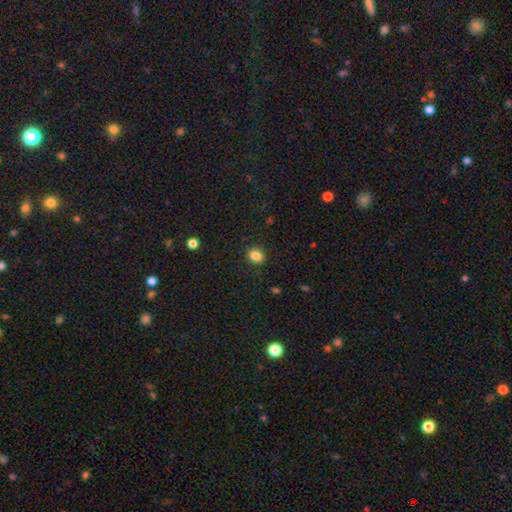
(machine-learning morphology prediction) A smooth galaxy with no disk features (85%) that is round (55%).

Vote fractions:
- Smooth or featured? smooth: 85% / star or artifact: 11% / featured or disk: 5%
- How rounded? round: 55% / in between: 44% / cigar-shaped: 1%
- Merging? none: 89% / minor disturbance: 7% / major disturbance: 2% / merger: 1%